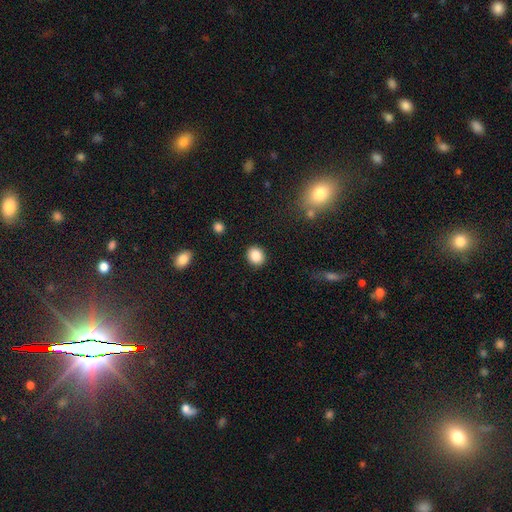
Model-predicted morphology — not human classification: smooth_or_featured: smooth (p=0.86) [alt: star or artifact p=0.09]
how_rounded: round (p=0.70) [alt: in between p=0.29]
merging: none (p=0.90) [alt: minor disturbance p=0.07]